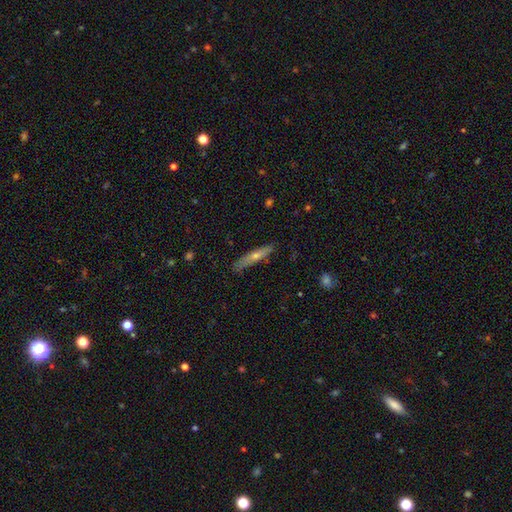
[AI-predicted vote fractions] Q: Smooth or featured?
A: smooth (49%); runner-up: featured or disk (44%)
Q: Merging?
A: none (82%); runner-up: minor disturbance (14%)